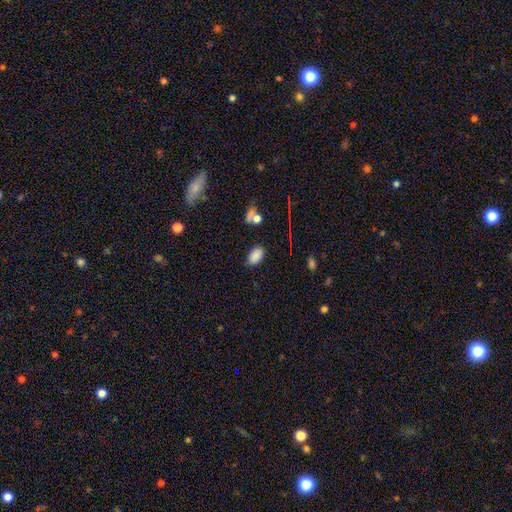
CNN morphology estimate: Q: Smooth or featured?
A: smooth (84%); runner-up: star or artifact (12%)
Q: How rounded?
A: in between (91%); runner-up: round (7%)
Q: Merging?
A: none (83%); runner-up: minor disturbance (12%)